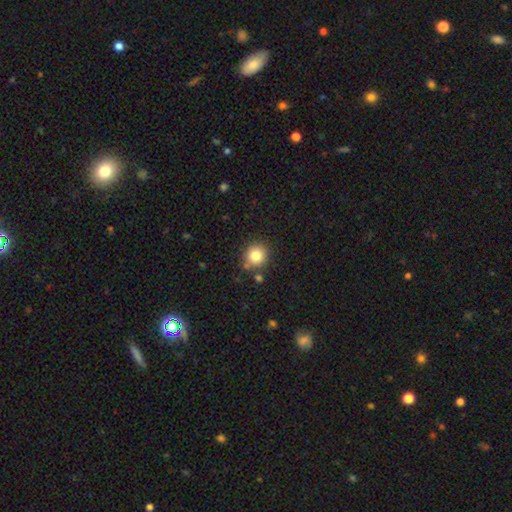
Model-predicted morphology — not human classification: Overall: smooth (82%). How rounded: round (89%). Merging: none (81%).